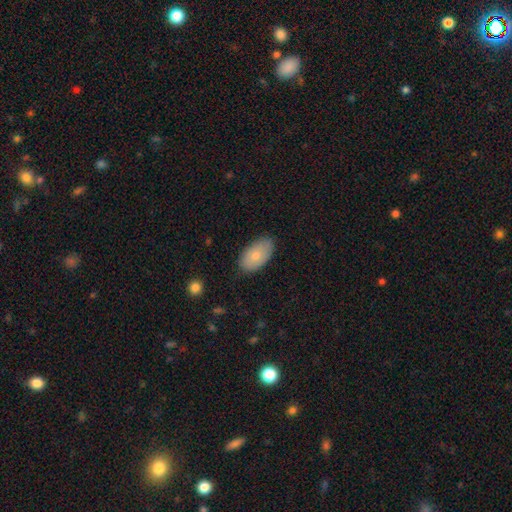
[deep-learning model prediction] Smooth or featured? Predicted: smooth (p=0.74). How rounded? Predicted: in between (p=0.94). Merging? Predicted: none (p=0.79).